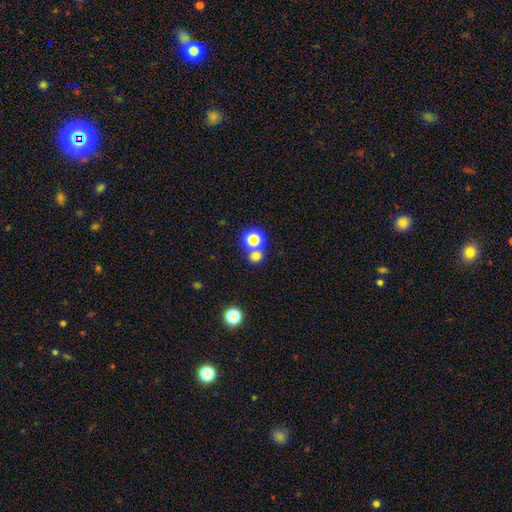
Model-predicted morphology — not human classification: This appears to be a smooth galaxy with no disk features (75%) that is round (83%). Merging: none (51%).